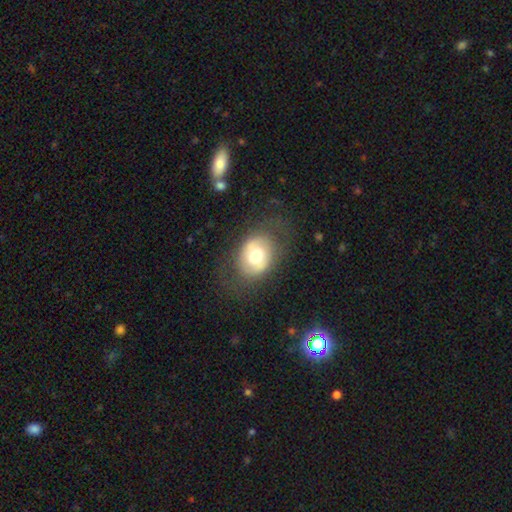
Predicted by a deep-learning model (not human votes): Smooth or featured? smooth (54%)
How rounded? in between (64%)
Merging? none (71%)